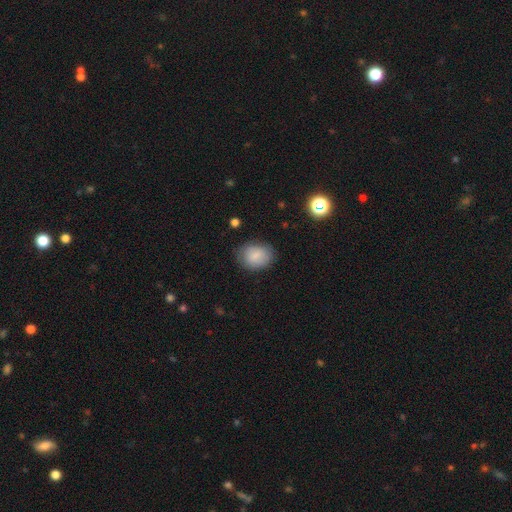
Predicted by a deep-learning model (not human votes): Smooth or featured? Predicted: smooth (p=0.83). How rounded? Predicted: in between (p=0.62). Merging? Predicted: none (p=0.77).